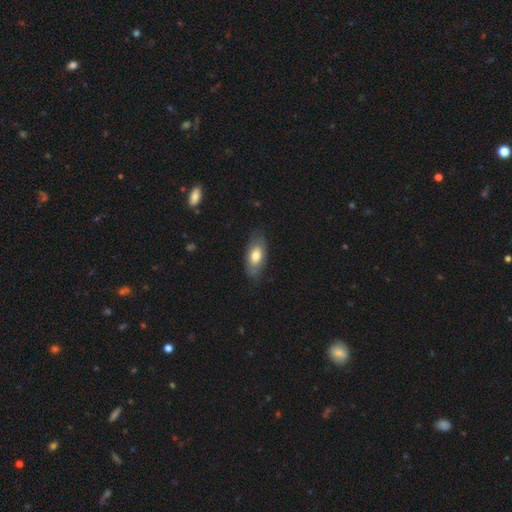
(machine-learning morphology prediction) This appears to be a smooth galaxy with no disk features (70%) that is in between round and cigar-shaped (89%). Merging: none (76%).